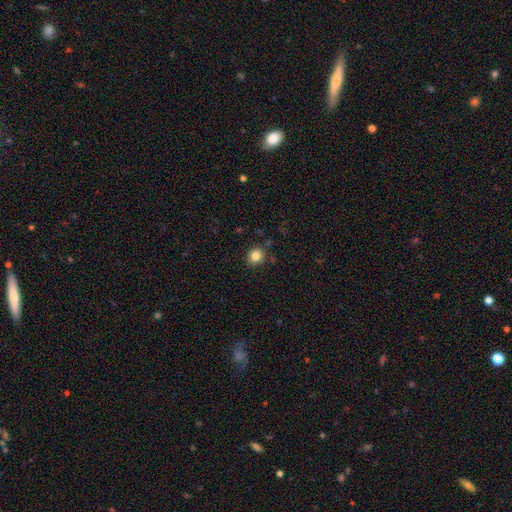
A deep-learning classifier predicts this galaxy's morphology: Smooth or featured? Predicted: smooth (p=0.84). How rounded? Predicted: round (p=0.83). Merging? Predicted: none (p=0.87).